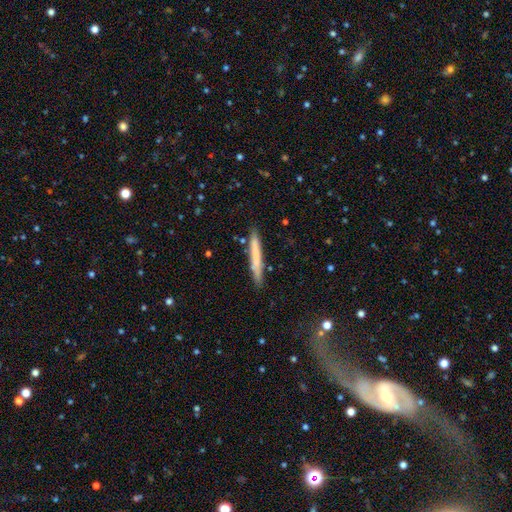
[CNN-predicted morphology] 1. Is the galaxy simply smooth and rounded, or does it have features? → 66% smooth, 27% featured or disk, 6% star or artifact.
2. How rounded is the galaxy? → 96% cigar-shaped, 3% in between, 1% round.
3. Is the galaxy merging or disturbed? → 85% none, 11% minor disturbance, 2% merger, 2% major disturbance.